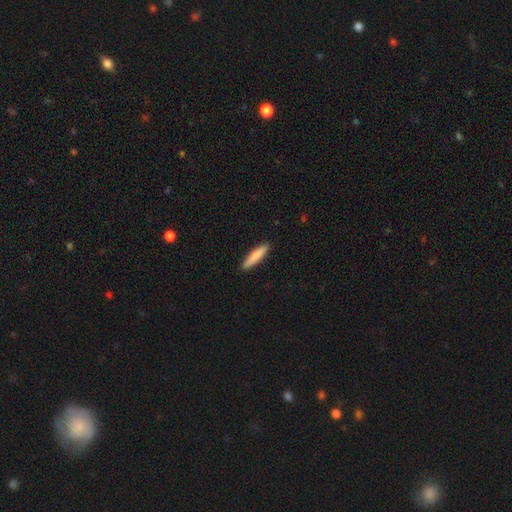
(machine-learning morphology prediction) smooth-or-featured: smooth: 83% | featured or disk: 12% | star or artifact: 5%
  how-rounded: cigar-shaped: 87% | in between: 12% | round: 1%
  merging: none: 91% | minor disturbance: 7% | major disturbance: 1% | merger: 1%